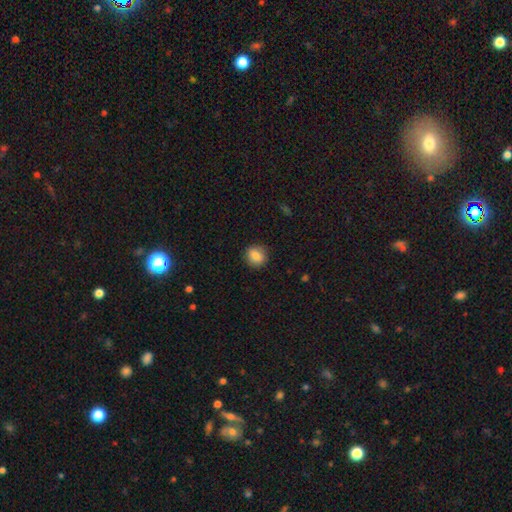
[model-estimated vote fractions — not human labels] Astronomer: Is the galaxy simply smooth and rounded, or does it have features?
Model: smooth — 81%.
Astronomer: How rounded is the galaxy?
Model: round — 82%.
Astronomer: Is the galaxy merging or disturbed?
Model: none — 88%.